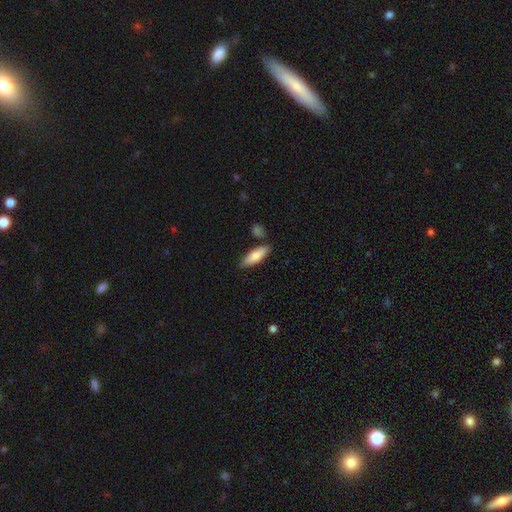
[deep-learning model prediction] This appears to be a smooth galaxy with no disk features (78%) that is in between round and cigar-shaped (57%). Merging: none (82%).